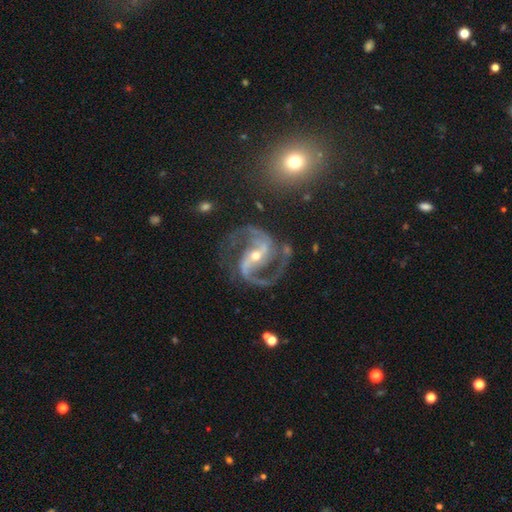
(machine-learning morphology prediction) This is clearly a featured or disk galaxy (93%). It is clearly not viewed edge-on (98%). Bar: possibly strong (55%). Spiral arm pattern: clearly yes (98%). Spiral arm count: clearly 2 (94%). Spiral winding: likely medium (65%). Central bulge: possibly small (58%). Merging: likely none (74%).